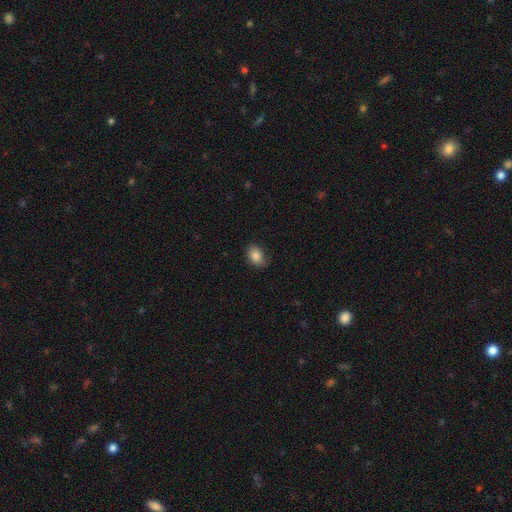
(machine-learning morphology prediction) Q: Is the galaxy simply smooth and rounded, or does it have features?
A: smooth — 85%.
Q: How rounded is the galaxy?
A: in between — 76%.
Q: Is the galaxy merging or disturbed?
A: none — 78%.